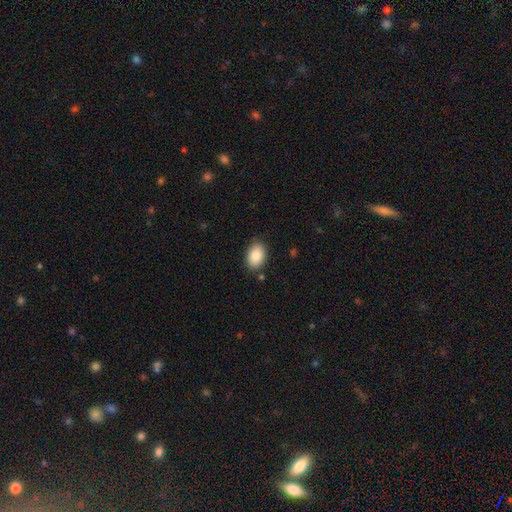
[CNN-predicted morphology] Smooth or featured? Predicted: smooth (p=0.86). How rounded? Predicted: in between (p=0.86). Merging? Predicted: none (p=0.84).